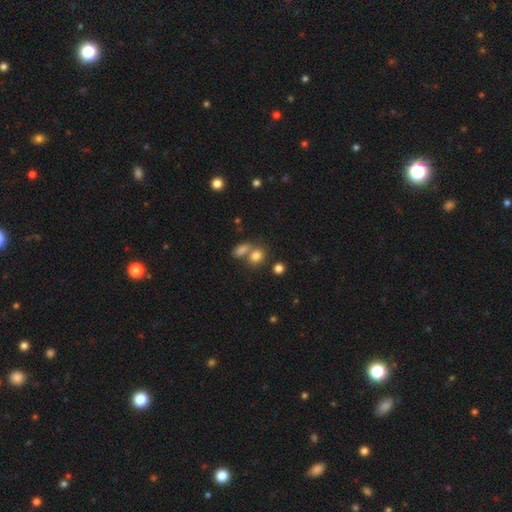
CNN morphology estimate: This appears to be a smooth galaxy with no disk features (79%) that is round (54%). Merging: none (48%).